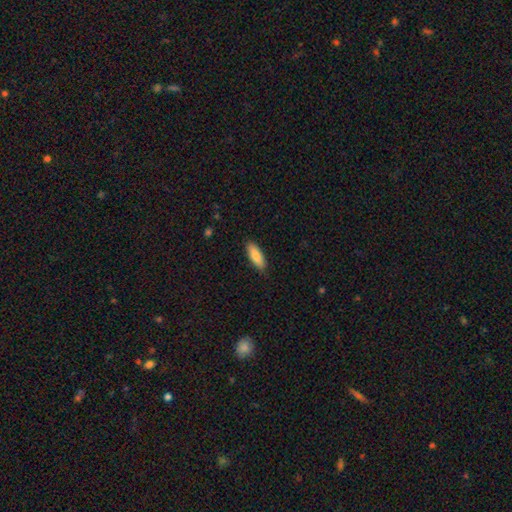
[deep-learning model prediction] A smooth galaxy with no disk features (81%) that is in between round and cigar-shaped (61%).

Vote fractions:
- Smooth or featured? smooth: 81% / featured or disk: 13% / star or artifact: 6%
- How rounded? in between: 61% / cigar-shaped: 37% / round: 2%
- Merging? none: 87% / minor disturbance: 10% / major disturbance: 2% / merger: 1%